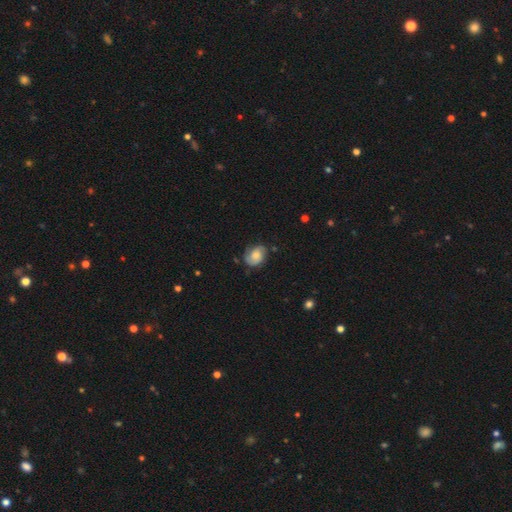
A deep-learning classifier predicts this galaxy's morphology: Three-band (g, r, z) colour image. It shows a featured or disk galaxy (55%) with no bar (71%), spiral arms (90%) and a moderate central bulge (48%). Merging: none (68%).